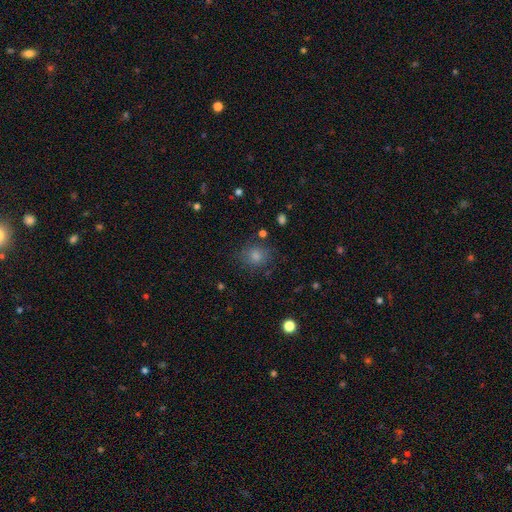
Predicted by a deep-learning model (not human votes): Smooth or featured?
  - smooth: 64% *
  - star or artifact: 25%
  - featured or disk: 11%
How rounded?
  - round: 80% *
  - in between: 19%
  - cigar-shaped: 1%
Merging?
  - none: 81% *
  - minor disturbance: 12%
  - major disturbance: 5%
  - merger: 2%